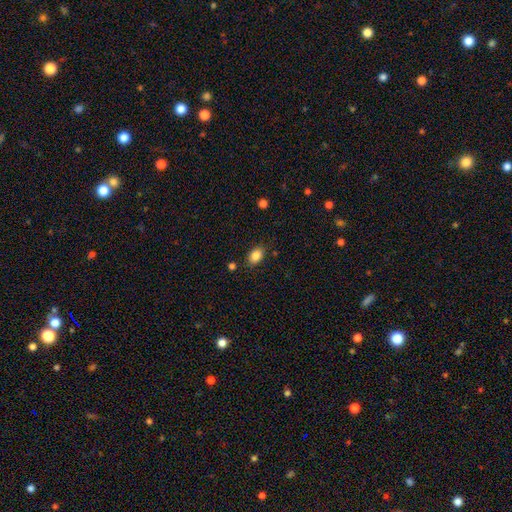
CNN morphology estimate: A smooth galaxy with no disk features (86%) that is in between round and cigar-shaped (82%). Merging: none (82%).